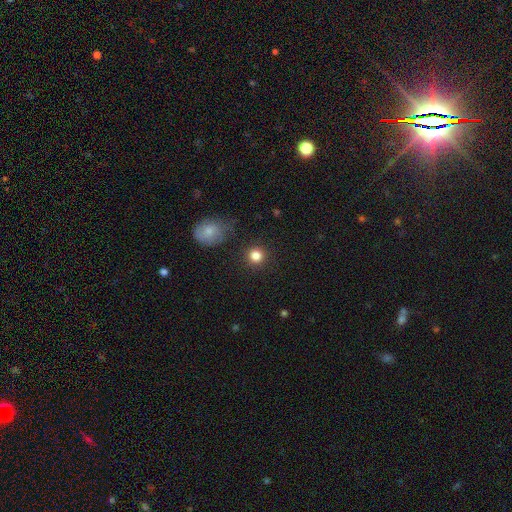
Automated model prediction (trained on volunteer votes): A smooth galaxy with no disk features (84%) that is round (93%).

Vote fractions:
- Smooth or featured? smooth: 84% / star or artifact: 11% / featured or disk: 5%
- How rounded? round: 93% / in between: 6% / cigar-shaped: 1%
- Merging? none: 89% / minor disturbance: 6% / major disturbance: 3% / merger: 2%